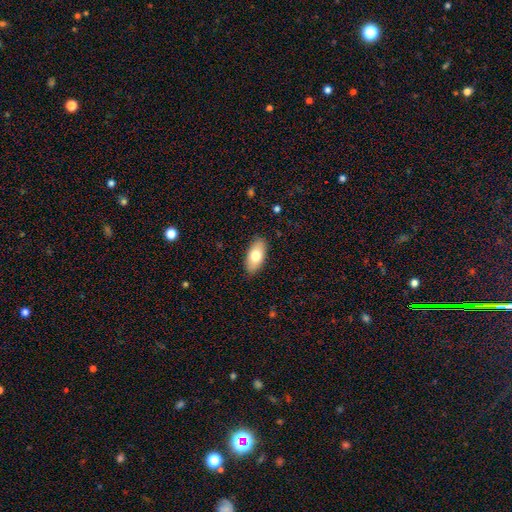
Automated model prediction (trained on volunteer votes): Smooth or featured? smooth (76%)
How rounded? in between (91%)
Merging? none (88%)